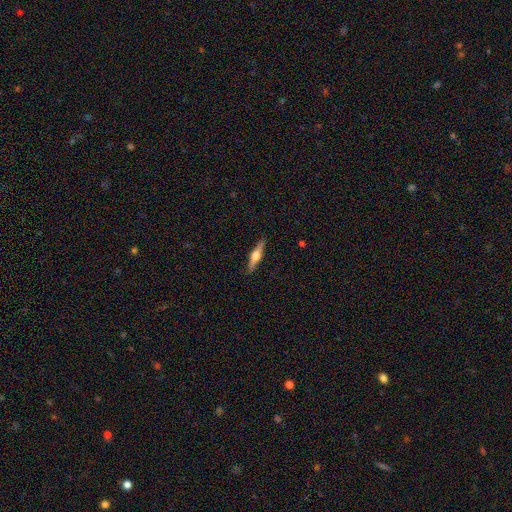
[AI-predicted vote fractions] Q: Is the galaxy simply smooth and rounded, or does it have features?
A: featured or disk — 64%.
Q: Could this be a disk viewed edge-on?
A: yes — 97%.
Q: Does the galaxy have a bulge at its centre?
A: rounded — 93%.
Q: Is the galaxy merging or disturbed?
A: none — 91%.